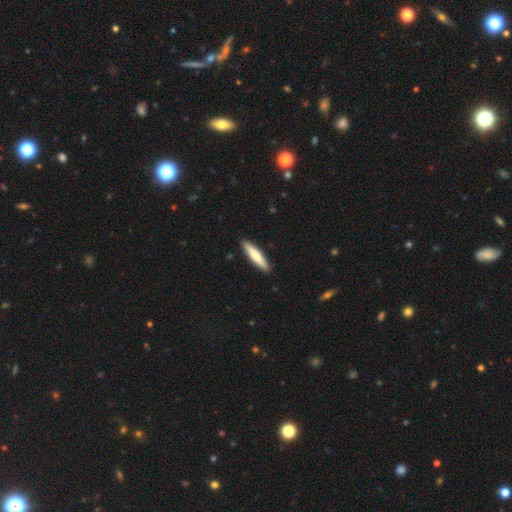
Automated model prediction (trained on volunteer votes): A smooth galaxy with no disk features (62%) that is cigar-shaped (83%).

Vote fractions:
- Smooth or featured? smooth: 62% / featured or disk: 34% / star or artifact: 5%
- How rounded? cigar-shaped: 83% / in between: 16% / round: 1%
- Merging? none: 91% / minor disturbance: 6% / major disturbance: 1% / merger: 1%